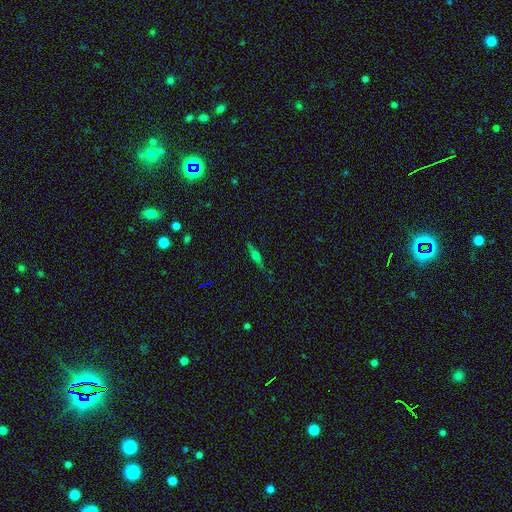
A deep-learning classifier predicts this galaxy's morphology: smooth-or-featured: featured or disk: 55% | smooth: 34% | star or artifact: 11%
  disk-edge-on: yes: 94% | no: 6%
    edge-on-bulge: rounded: 83% | boxy: 10% | none: 7%
  merging: none: 83% | minor disturbance: 12% | major disturbance: 3% | merger: 2%